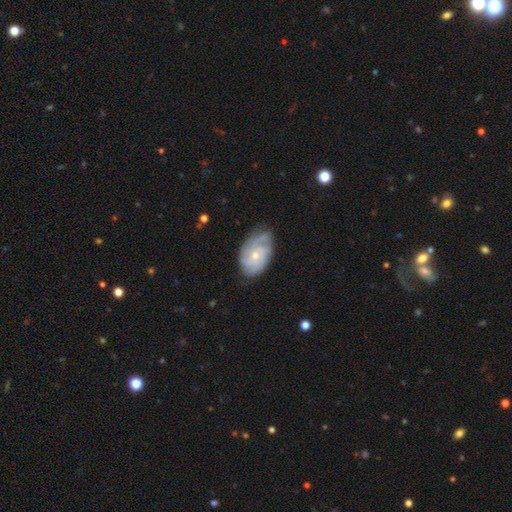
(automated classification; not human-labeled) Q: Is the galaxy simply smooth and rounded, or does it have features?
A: featured or disk — 70%.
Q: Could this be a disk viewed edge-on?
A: no — 96%.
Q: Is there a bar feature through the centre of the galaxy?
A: no — 77%.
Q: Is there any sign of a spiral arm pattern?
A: yes — 88%.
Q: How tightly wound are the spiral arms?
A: tight — 55%.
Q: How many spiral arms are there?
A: can't tell — 41%.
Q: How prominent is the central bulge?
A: small — 66%.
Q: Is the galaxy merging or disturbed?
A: none — 65%.